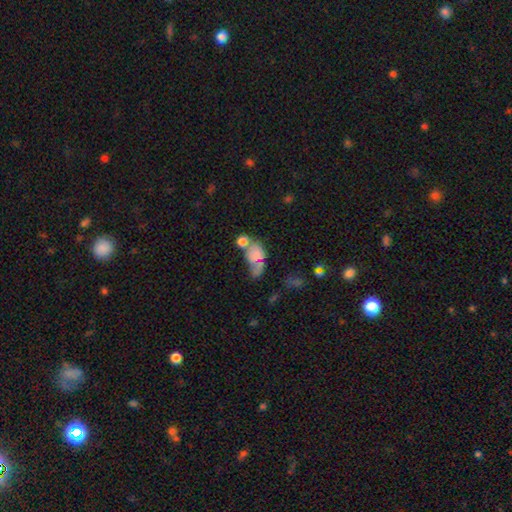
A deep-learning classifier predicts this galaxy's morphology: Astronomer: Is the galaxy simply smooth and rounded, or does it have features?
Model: smooth — 68%.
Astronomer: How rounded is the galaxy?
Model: in between — 78%.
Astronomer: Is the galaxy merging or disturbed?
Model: merger — 46%.